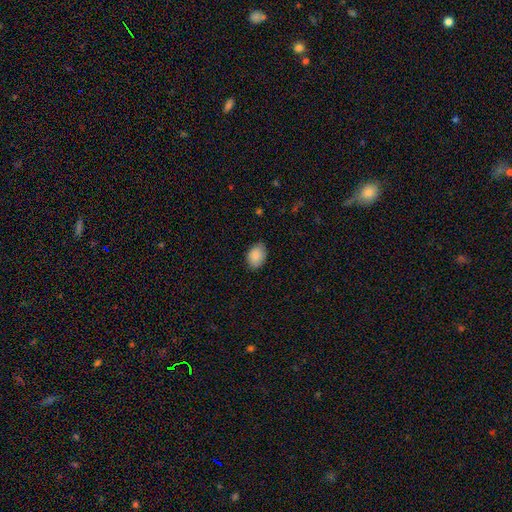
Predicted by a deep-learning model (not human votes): Q: Smooth or featured?
A: smooth (89%); runner-up: star or artifact (7%)
Q: How rounded?
A: in between (83%); runner-up: round (16%)
Q: Merging?
A: none (81%); runner-up: minor disturbance (15%)